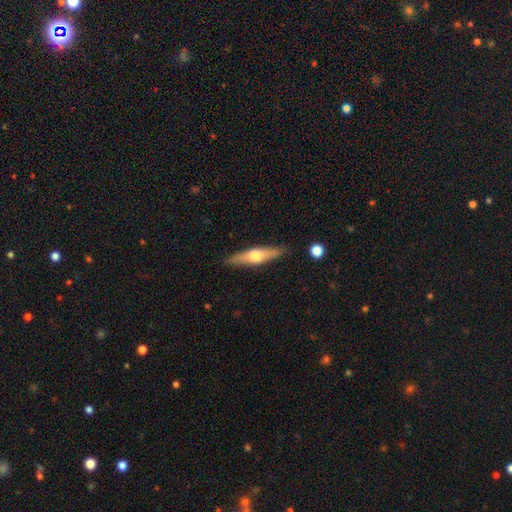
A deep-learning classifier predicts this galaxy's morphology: The model was most divided on "smooth or featured": featured or disk: 54%, smooth: 40%, star or artifact: 5%. More confident: edge-on disk — yes (93%); edge-on bulge — rounded (93%); merging — none (87%).